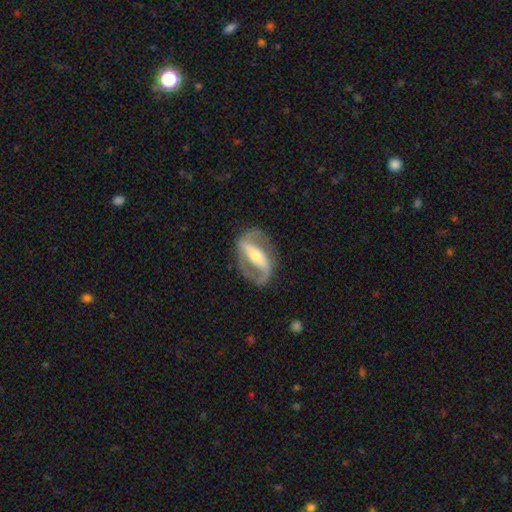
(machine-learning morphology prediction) A featured or disk galaxy (88%) with a strong bar (67%), 2 (91%) medium (49%) spiral arms (91%) and a moderate central bulge (56%). Merging: none (82%).